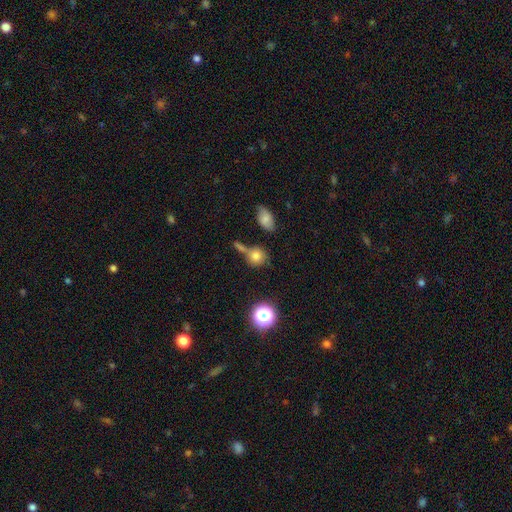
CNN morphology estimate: Smooth or featured: smooth — 75% (star or artifact — 14%)
How rounded: round — 80% (in between — 18%)
Merging: none — 54% (merger — 27%)